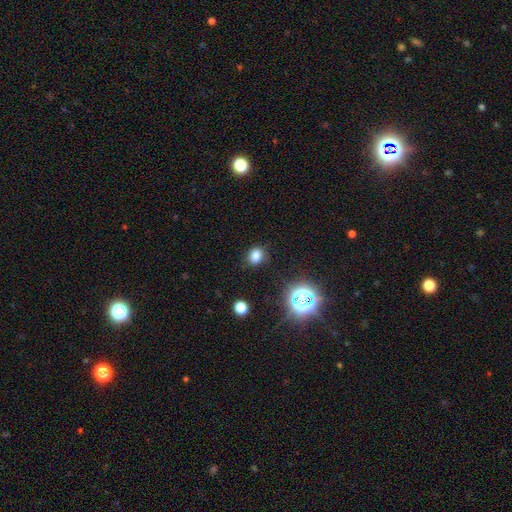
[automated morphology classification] This is likely a smooth galaxy (78%). How rounded: possibly round (59%). Merging: clearly none (84%).